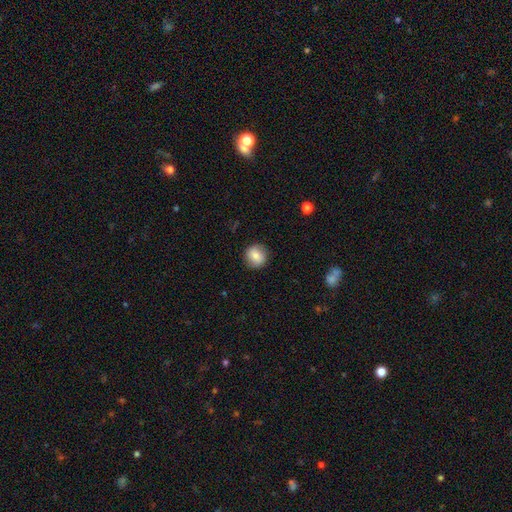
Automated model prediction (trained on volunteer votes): smooth_or_featured: smooth (p=0.79) [alt: featured or disk p=0.12]
how_rounded: round (p=0.89) [alt: in between p=0.10]
merging: none (p=0.87) [alt: minor disturbance p=0.09]